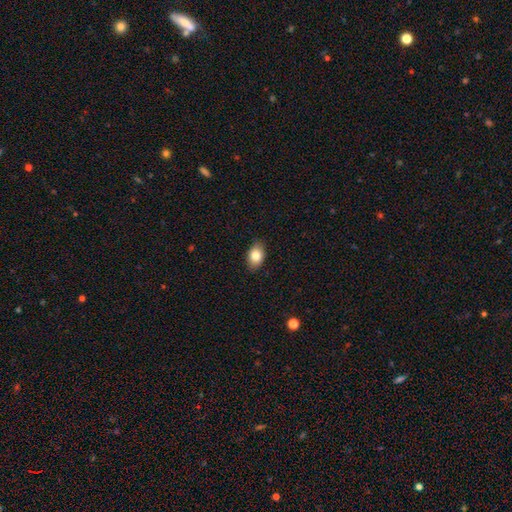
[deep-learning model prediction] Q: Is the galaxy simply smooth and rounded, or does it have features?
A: smooth — 83%.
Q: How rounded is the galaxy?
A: in between — 83%.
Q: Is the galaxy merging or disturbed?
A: none — 85%.